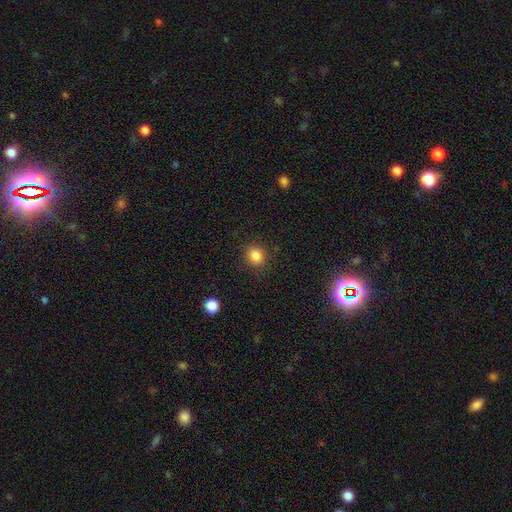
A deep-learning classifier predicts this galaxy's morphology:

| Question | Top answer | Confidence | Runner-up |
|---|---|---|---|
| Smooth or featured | smooth | 84% | star or artifact (12%) |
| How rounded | round | 84% | in between (15%) |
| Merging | none | 89% | minor disturbance (7%) |